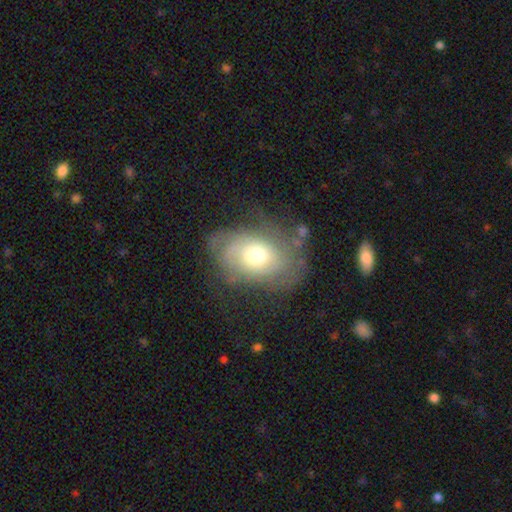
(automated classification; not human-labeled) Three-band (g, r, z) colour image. It shows a featured or disk galaxy (52%). Merging: none (57%).